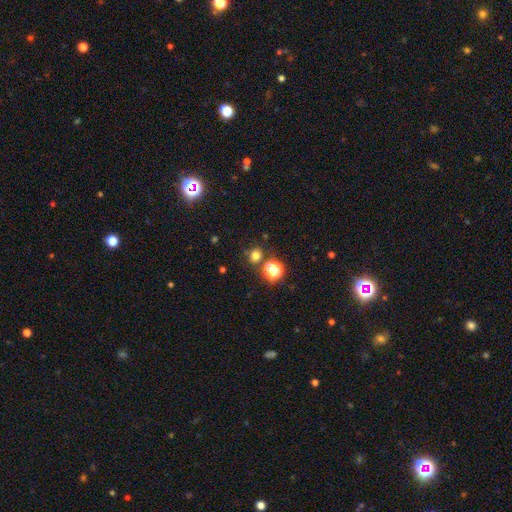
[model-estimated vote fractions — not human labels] Overall: smooth (72%). How rounded: round (87%). Merging: none (82%).